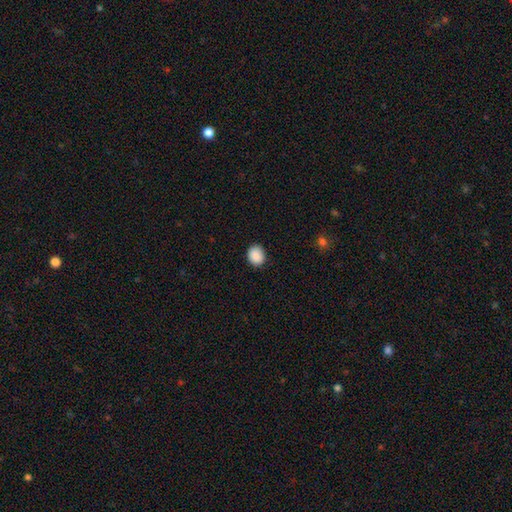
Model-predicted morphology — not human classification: This appears to be a smooth galaxy with no disk features (90%) that is round (59%). Merging: none (87%).